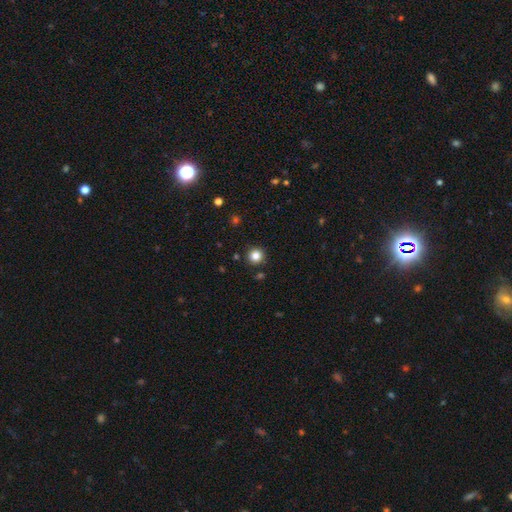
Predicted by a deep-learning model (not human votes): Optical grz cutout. It shows a smooth galaxy with no disk features (83%) that is round (95%). Merging: none (91%).